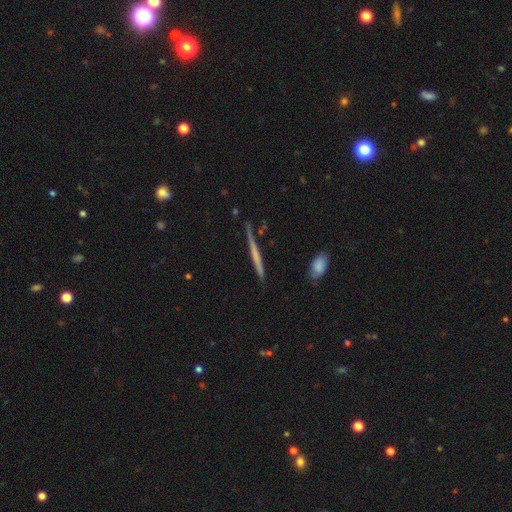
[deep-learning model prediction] This is possibly a featured or disk galaxy (51%). It is clearly viewed edge-on (96%). Merging: clearly none (84%).